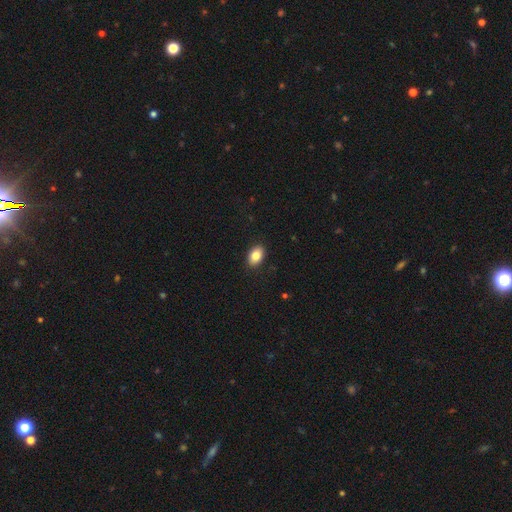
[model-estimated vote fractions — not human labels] A smooth galaxy with no disk features (84%) that is in between round and cigar-shaped (88%).

Vote fractions:
- Smooth or featured? smooth: 84% / star or artifact: 8% / featured or disk: 8%
- How rounded? in between: 88% / round: 11% / cigar-shaped: 1%
- Merging? none: 90% / minor disturbance: 7% / major disturbance: 2% / merger: 1%